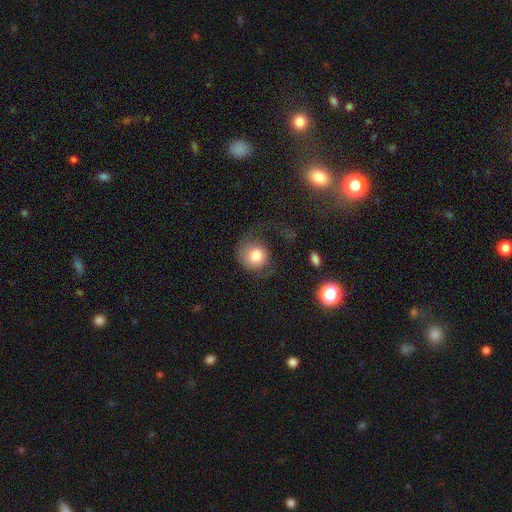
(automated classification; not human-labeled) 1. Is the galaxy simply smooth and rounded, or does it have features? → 74% smooth, 17% featured or disk, 9% star or artifact.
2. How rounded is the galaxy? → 83% round, 16% in between, 1% cigar-shaped.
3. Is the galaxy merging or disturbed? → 43% none, 35% major disturbance, 20% minor disturbance, 3% merger.